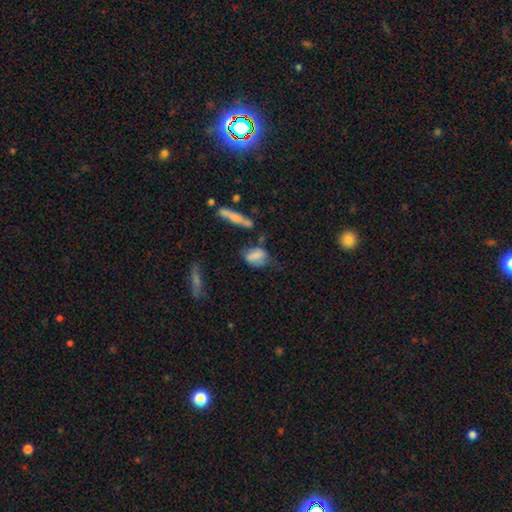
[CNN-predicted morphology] Q: Smooth or featured?
A: smooth (67%); runner-up: featured or disk (24%)
Q: How rounded?
A: in between (75%); runner-up: round (18%)
Q: Merging?
A: none (49%); runner-up: minor disturbance (29%)